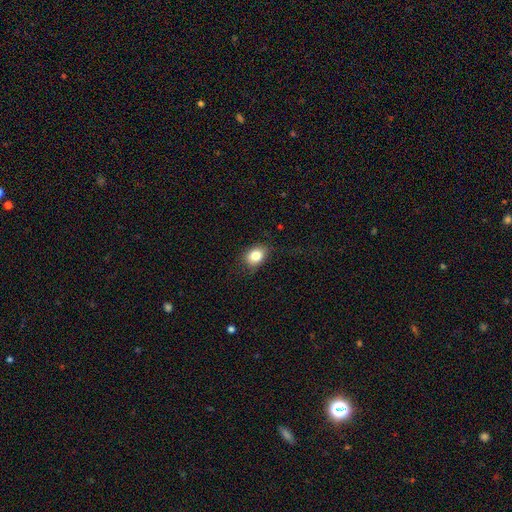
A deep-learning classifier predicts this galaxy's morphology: A smooth galaxy with no disk features (83%) that is in between round and cigar-shaped (62%).

Vote fractions:
- Smooth or featured? smooth: 83% / star or artifact: 10% / featured or disk: 8%
- How rounded? in between: 62% / round: 36% / cigar-shaped: 1%
- Merging? none: 77% / minor disturbance: 17% / major disturbance: 5% / merger: 1%